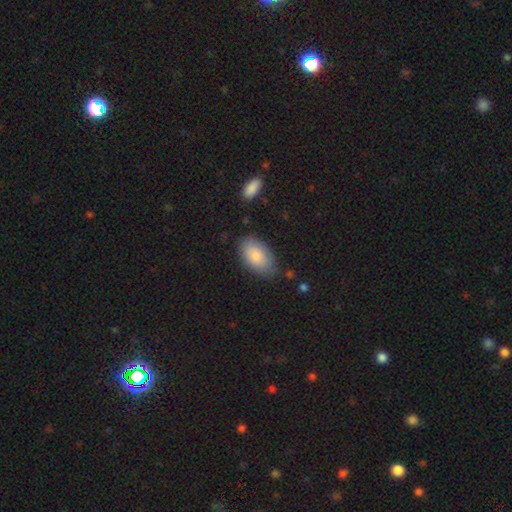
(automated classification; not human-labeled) smooth-or-featured: smooth: 84% | featured or disk: 10% | star or artifact: 6%
  how-rounded: in between: 94% | round: 4% | cigar-shaped: 2%
  merging: none: 77% | minor disturbance: 17% | major disturbance: 4% | merger: 2%